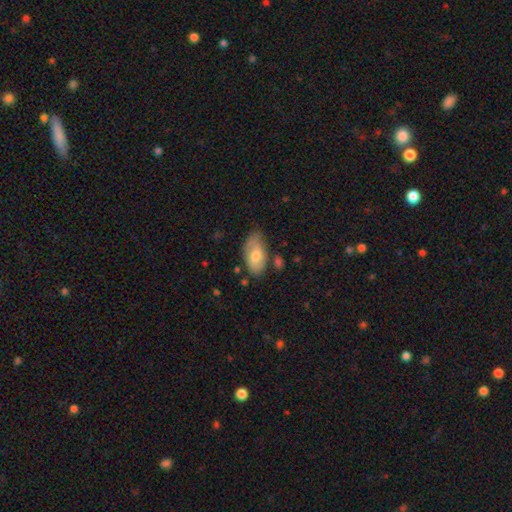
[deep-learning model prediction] Smooth or featured? smooth (67%)
How rounded? in between (93%)
Merging? none (64%)